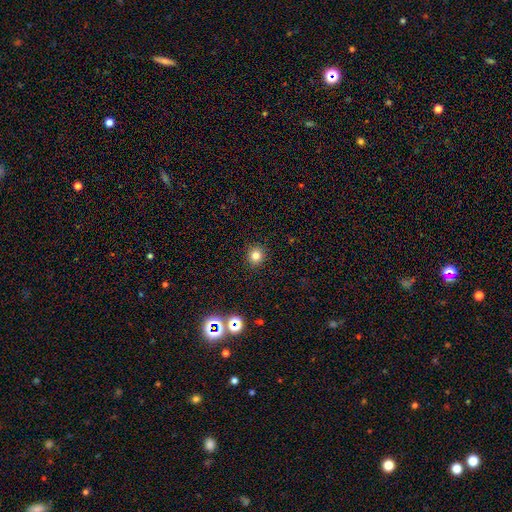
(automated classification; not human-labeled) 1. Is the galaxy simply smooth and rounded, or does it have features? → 80% smooth, 14% star or artifact, 6% featured or disk.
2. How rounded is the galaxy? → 92% round, 7% in between, 1% cigar-shaped.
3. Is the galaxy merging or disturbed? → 92% none, 5% minor disturbance, 2% major disturbance, 1% merger.